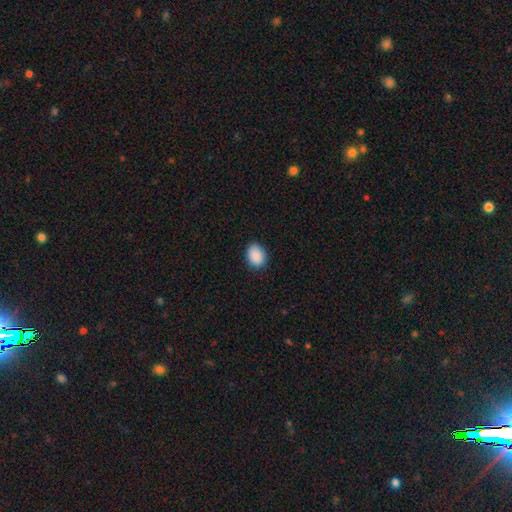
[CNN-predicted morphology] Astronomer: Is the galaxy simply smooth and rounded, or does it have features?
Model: smooth — 90%.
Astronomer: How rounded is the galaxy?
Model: in between — 63%.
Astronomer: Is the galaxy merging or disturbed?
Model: none — 85%.